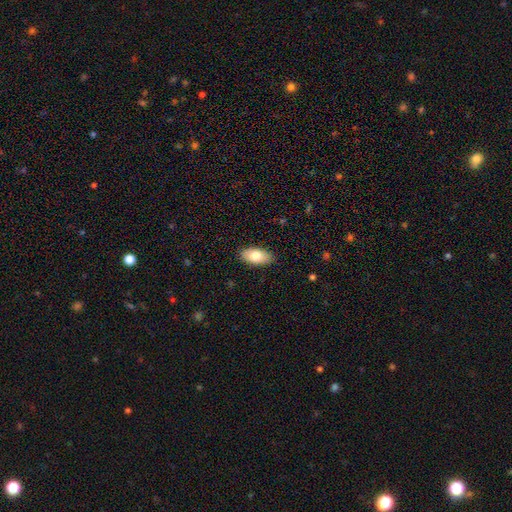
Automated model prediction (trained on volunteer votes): A smooth galaxy with no disk features (79%) that is in between round and cigar-shaped (92%). Merging: none (88%).